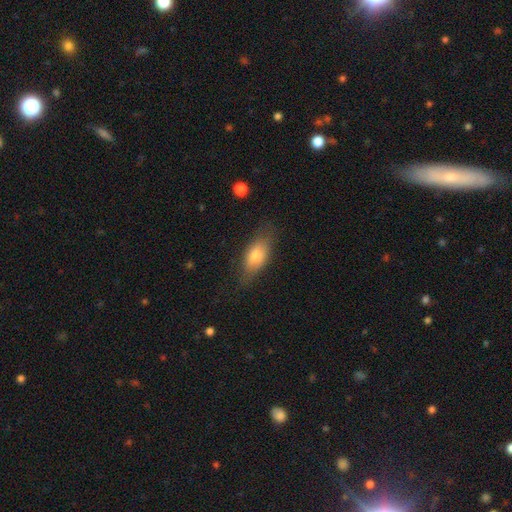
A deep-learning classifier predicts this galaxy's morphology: smooth_or_featured: smooth (p=0.73) [alt: featured or disk p=0.19]
how_rounded: in between (p=0.82) [alt: cigar-shaped p=0.14]
merging: none (p=0.72) [alt: minor disturbance p=0.20]